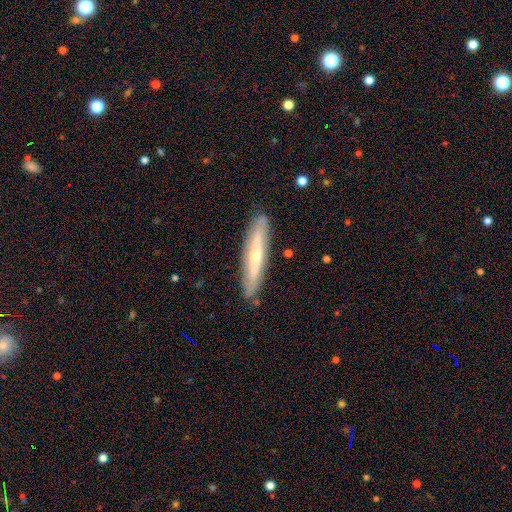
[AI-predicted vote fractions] featured or disk 60%, smooth 34%, star or artifact 6%. Down the decision tree: edge-on disk — yes (72%); merging — none (86%).